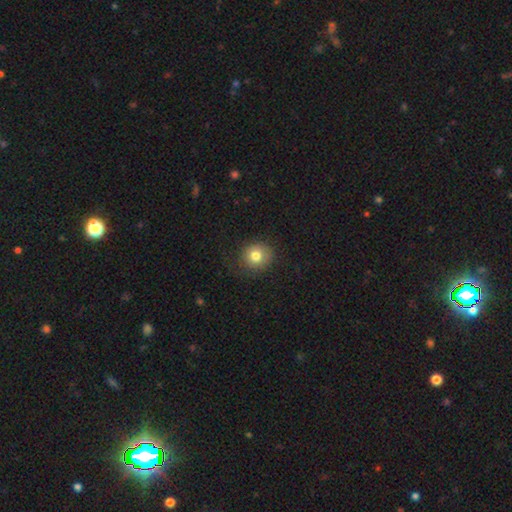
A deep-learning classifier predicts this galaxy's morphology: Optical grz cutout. It shows a smooth galaxy with no disk features (80%) that is round (83%). Merging: none (79%).